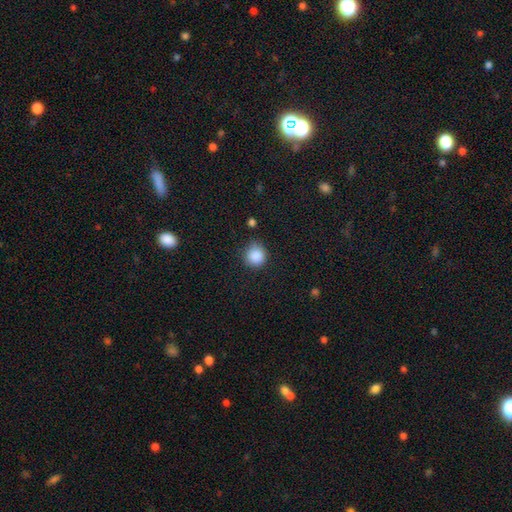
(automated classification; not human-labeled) This appears to be a smooth galaxy with no disk features (88%) that is round (89%). Merging: none (76%).